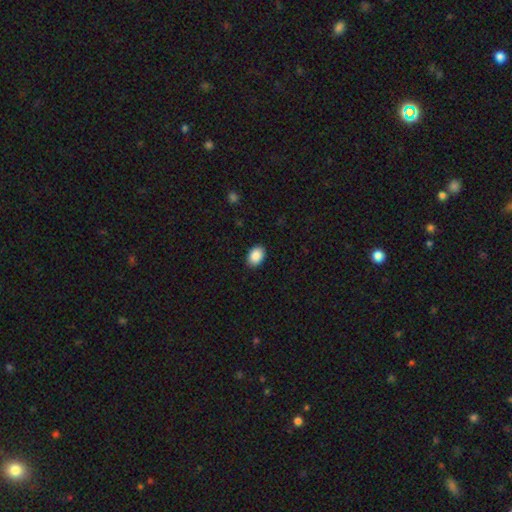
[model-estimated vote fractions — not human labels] Smooth or featured? Predicted: smooth (p=0.89). How rounded? Predicted: in between (p=0.83). Merging? Predicted: none (p=0.90).